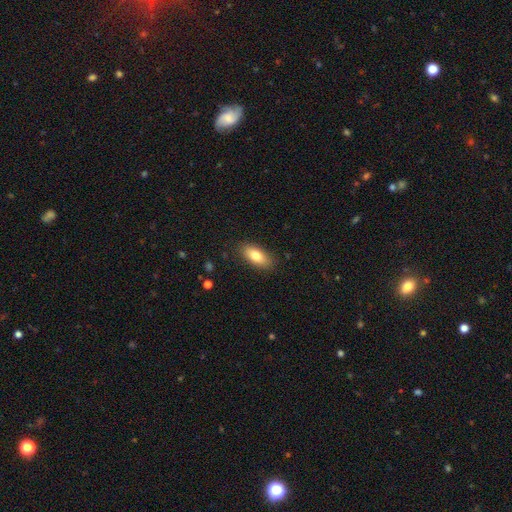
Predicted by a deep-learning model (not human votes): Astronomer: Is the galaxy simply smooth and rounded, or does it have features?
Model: smooth — 78%.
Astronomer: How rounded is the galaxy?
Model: in between — 84%.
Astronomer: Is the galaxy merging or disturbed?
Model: none — 86%.